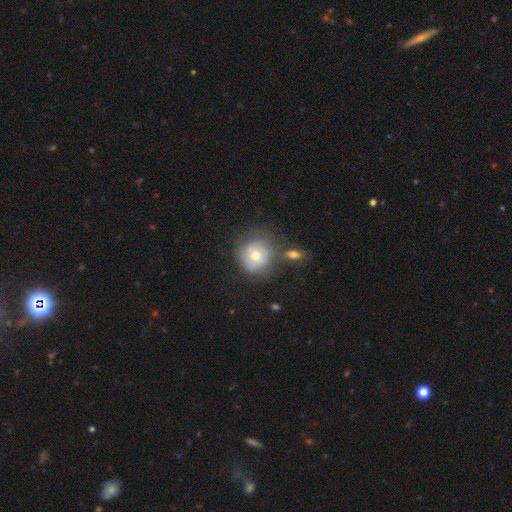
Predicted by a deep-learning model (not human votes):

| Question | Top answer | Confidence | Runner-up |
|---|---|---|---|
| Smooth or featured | smooth | 59% | featured or disk (32%) |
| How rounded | round | 87% | in between (12%) |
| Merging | none | 61% | minor disturbance (20%) |